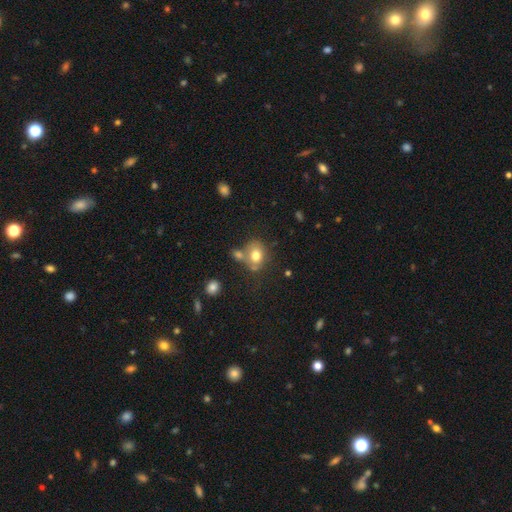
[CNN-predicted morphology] Smooth or featured?
  - smooth: 75% *
  - featured or disk: 15%
  - star or artifact: 10%
How rounded?
  - in between: 50% *
  - round: 49%
  - cigar-shaped: 1%
Merging?
  - none: 47% *
  - merger: 29%
  - minor disturbance: 17%
  - major disturbance: 8%